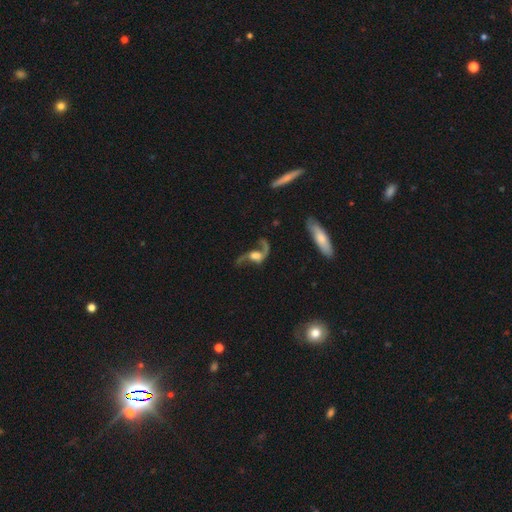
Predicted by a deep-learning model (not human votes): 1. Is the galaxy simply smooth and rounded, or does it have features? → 83% featured or disk, 10% smooth, 8% star or artifact.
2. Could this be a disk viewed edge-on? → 94% no, 6% yes.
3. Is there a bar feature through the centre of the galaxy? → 53% no, 34% weak, 12% strong.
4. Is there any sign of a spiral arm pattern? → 92% yes, 8% no.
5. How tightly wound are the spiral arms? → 85% loose, 13% medium, 3% tight.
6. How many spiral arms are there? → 88% 2, 7% 1, 2% can't tell, 1% 3, 1% 4, 1% more than 4.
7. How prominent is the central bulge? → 36% large, 32% moderate, 13% small, 12% none, 6% dominant.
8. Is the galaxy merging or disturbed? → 50% none, 26% major disturbance, 14% minor disturbance, 9% merger.